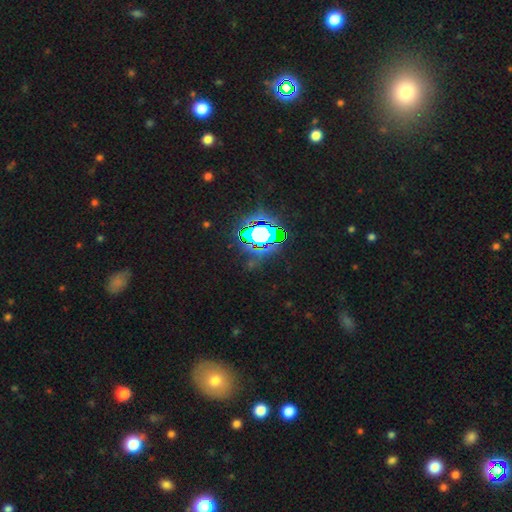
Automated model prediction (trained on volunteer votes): This is likely a star or artifact rather than a galaxy (76%).